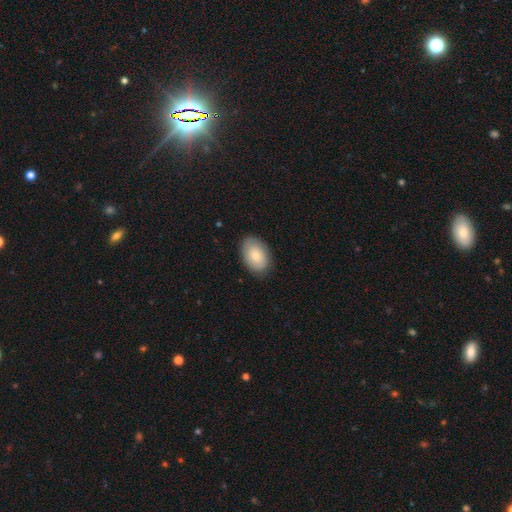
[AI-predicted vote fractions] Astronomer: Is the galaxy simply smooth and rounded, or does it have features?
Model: smooth — 80%.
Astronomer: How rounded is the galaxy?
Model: in between — 88%.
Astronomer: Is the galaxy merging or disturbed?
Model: none — 84%.